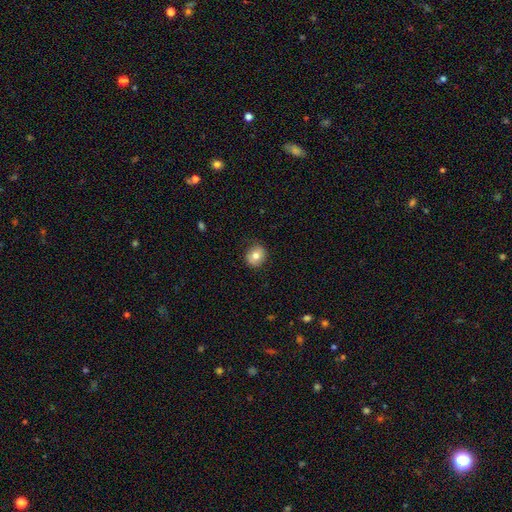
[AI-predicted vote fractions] This appears to be a smooth galaxy with no disk features (76%) that is round (76%). Merging: none (84%).